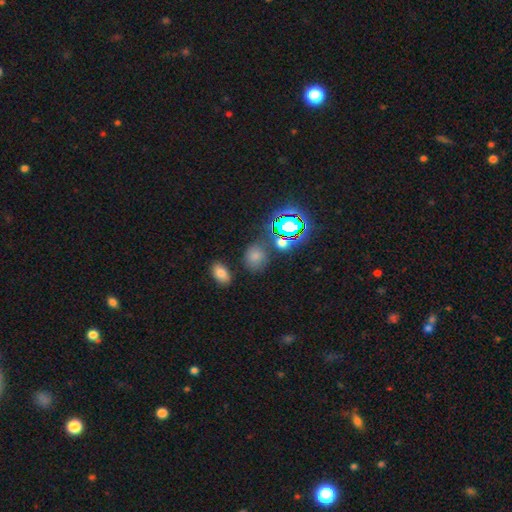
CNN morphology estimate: Smooth or featured? Predicted: smooth (p=0.68). How rounded? Predicted: round (p=0.64). Merging? Predicted: none (p=0.72).